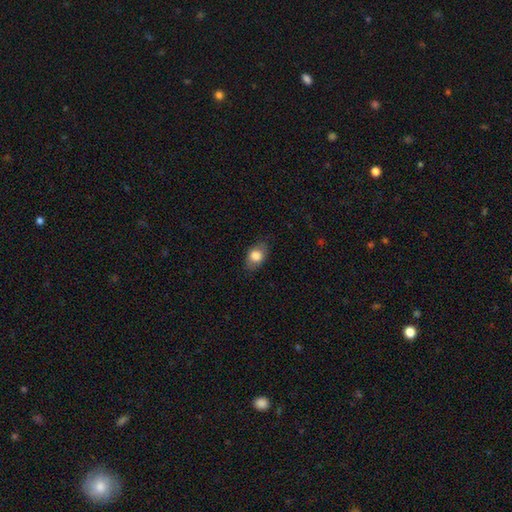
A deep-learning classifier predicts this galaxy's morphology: type=smooth (79%); roundness=in between (79%); merging=none (81%).